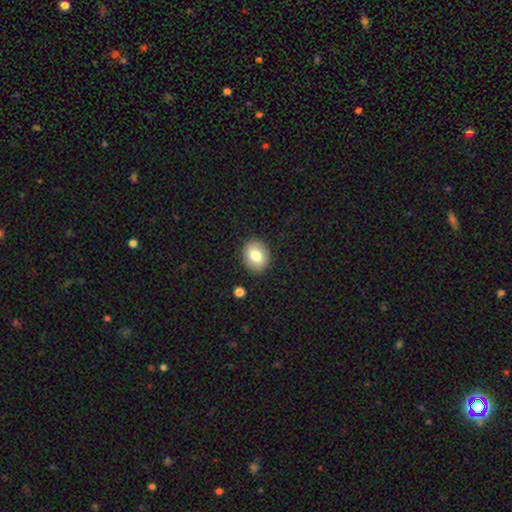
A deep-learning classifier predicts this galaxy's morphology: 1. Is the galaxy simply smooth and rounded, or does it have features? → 79% smooth, 13% featured or disk, 8% star or artifact.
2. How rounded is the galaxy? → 54% round, 45% in between, 1% cigar-shaped.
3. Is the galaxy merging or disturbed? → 89% none, 7% minor disturbance, 2% major disturbance, 1% merger.